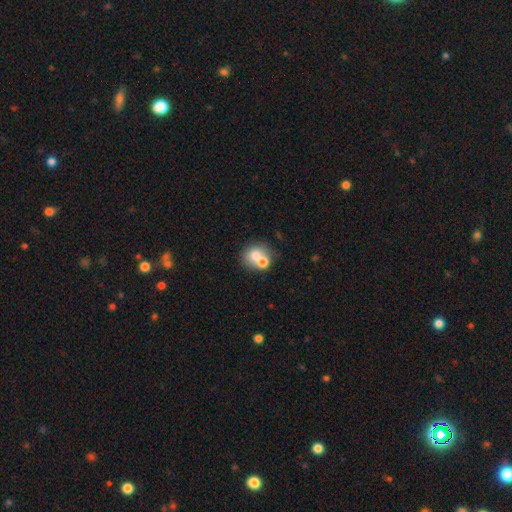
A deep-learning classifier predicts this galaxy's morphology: Overall: smooth (68%). How rounded: round (75%). Merging: merger (48%; none 40%).